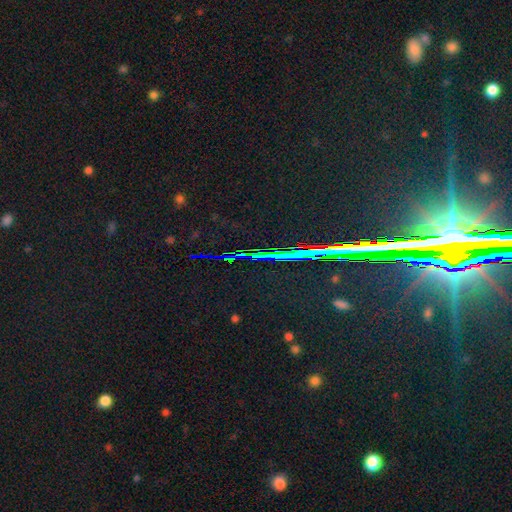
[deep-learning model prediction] A star or artifact, not a galaxy (81%).

Vote fractions:
- Smooth or featured? star or artifact: 81% / featured or disk: 10% / smooth: 9%